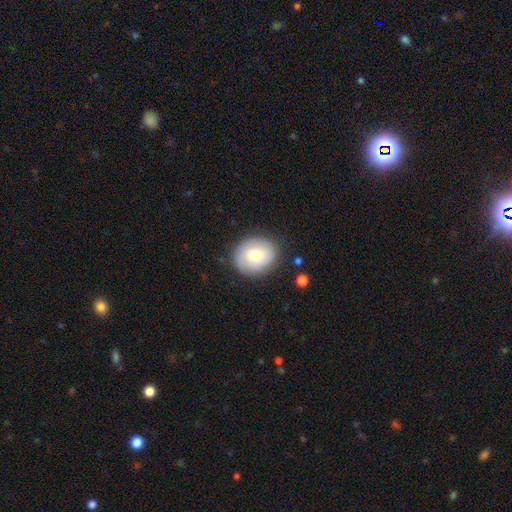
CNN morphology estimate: type=smooth (62%); roundness=round (62%); merging=none (82%).